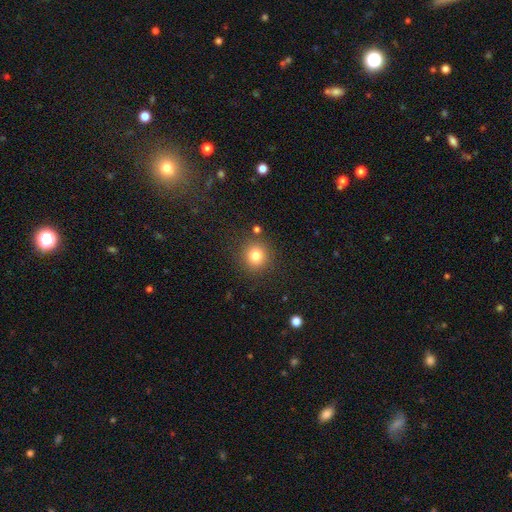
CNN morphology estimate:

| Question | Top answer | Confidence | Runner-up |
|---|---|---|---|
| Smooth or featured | smooth | 80% | star or artifact (13%) |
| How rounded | round | 92% | in between (7%) |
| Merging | none | 87% | minor disturbance (7%) |